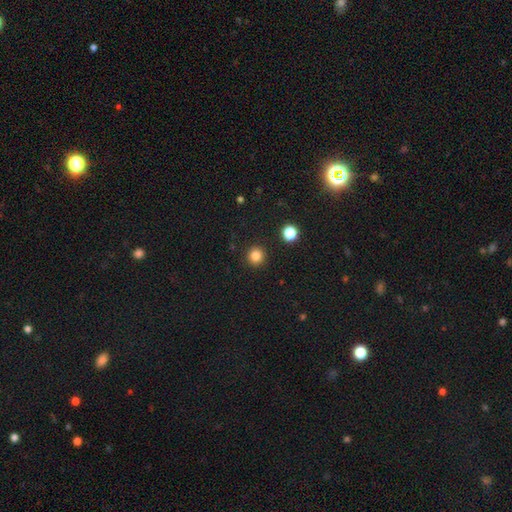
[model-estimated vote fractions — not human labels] Morphology: type=smooth (83%); roundness=round (94%); merging=none (92%).